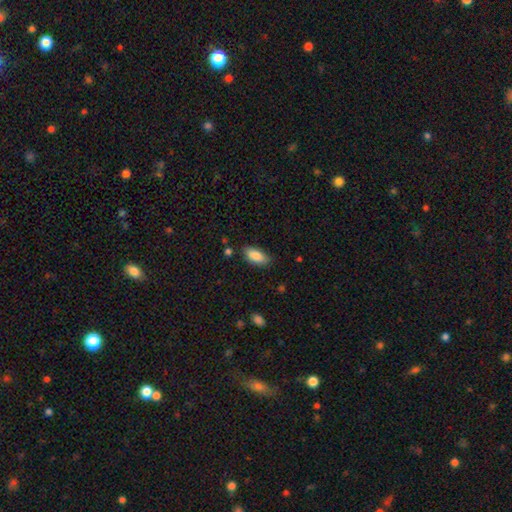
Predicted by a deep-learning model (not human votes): Smooth or featured? Predicted: smooth (p=0.85). How rounded? Predicted: in between (p=0.88). Merging? Predicted: none (p=0.80).